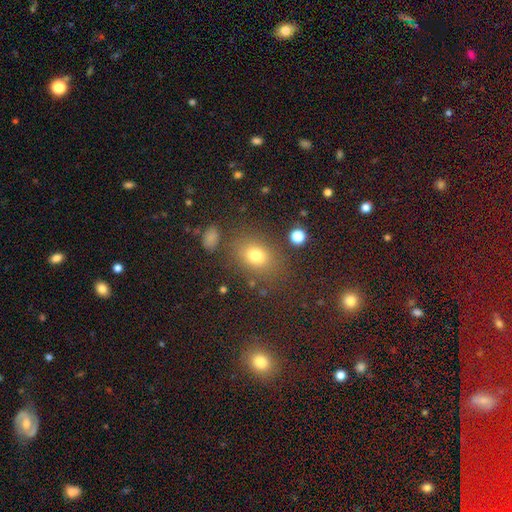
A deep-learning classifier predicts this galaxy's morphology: type=smooth (72%); roundness=in between (56%); merging=none (77%).